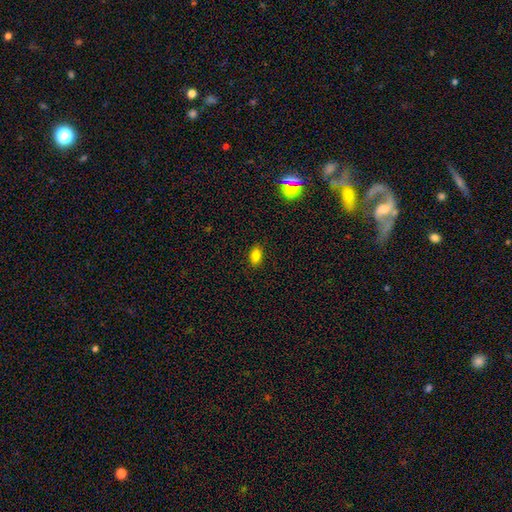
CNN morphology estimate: smooth_or_featured: smooth (p=0.83) [alt: star or artifact p=0.11]
how_rounded: in between (p=0.88) [alt: round p=0.09]
merging: none (p=0.88) [alt: minor disturbance p=0.09]